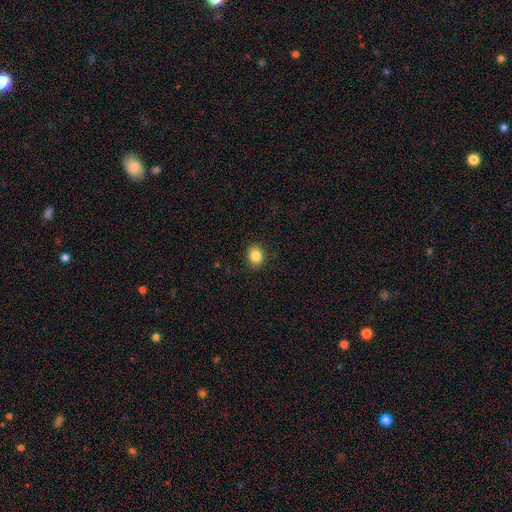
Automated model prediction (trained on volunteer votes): The model was most divided on "how rounded": in between: 54%, round: 45%, cigar-shaped: 1%. More confident: merging — none (90%); smooth or featured — smooth (85%).